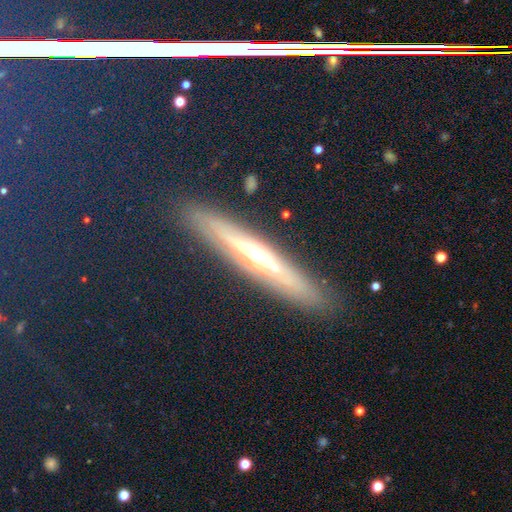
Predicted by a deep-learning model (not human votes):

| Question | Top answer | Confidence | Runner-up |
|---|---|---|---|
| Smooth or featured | featured or disk | 62% | smooth (20%) |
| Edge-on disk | yes | 85% | no (15%) |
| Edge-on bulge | rounded | 80% | none (14%) |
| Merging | none | 88% | minor disturbance (8%) |